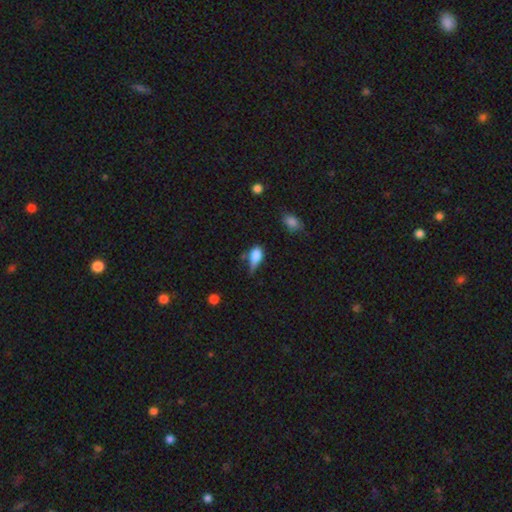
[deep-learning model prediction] The model was most divided on "merging": minor disturbance: 39%, none: 31%, major disturbance: 21%, merger: 9%. More confident: how rounded — in between (78%); smooth or featured — smooth (76%).